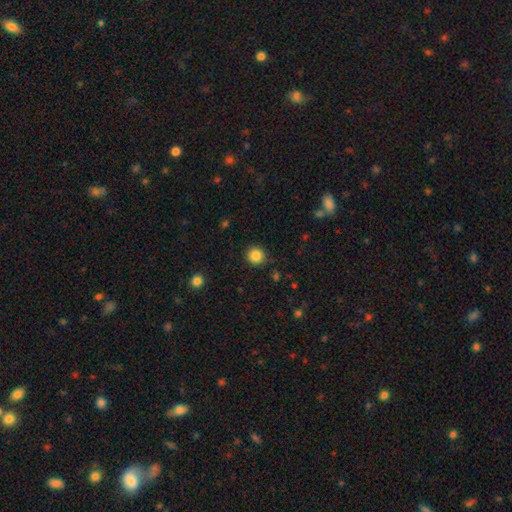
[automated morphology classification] type=smooth (86%); roundness=round (92%); merging=none (89%).